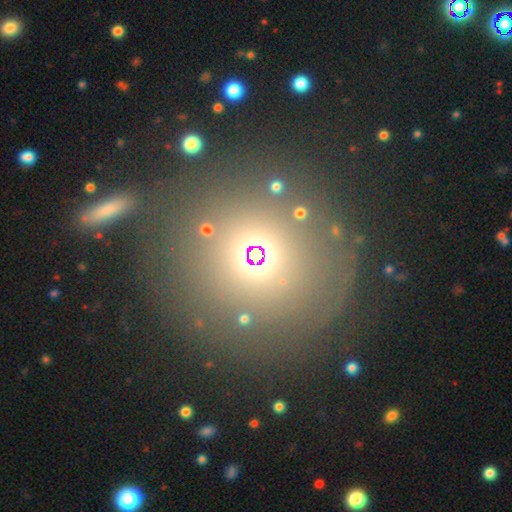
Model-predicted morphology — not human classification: type=star or artifact (48%).